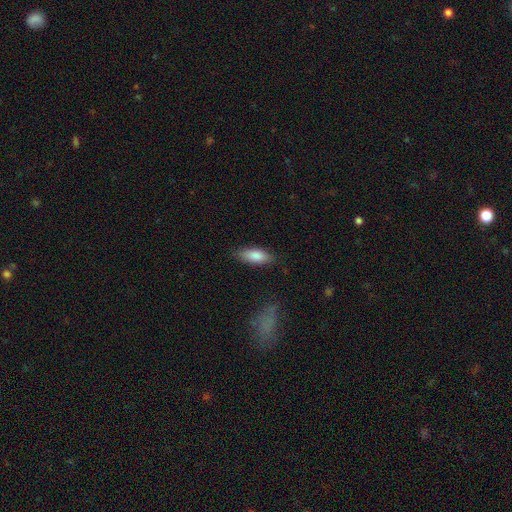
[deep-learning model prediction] Smooth or featured? Predicted: smooth (p=0.83). How rounded? Predicted: in between (p=0.75). Merging? Predicted: none (p=0.83).